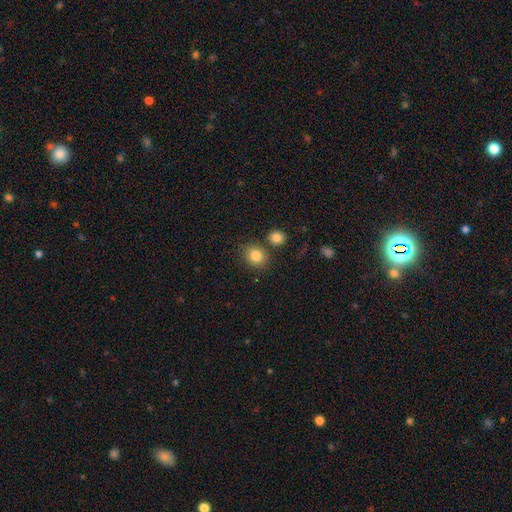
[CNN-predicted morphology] A smooth galaxy with no disk features (83%) that is round (72%). Merging: none (76%).